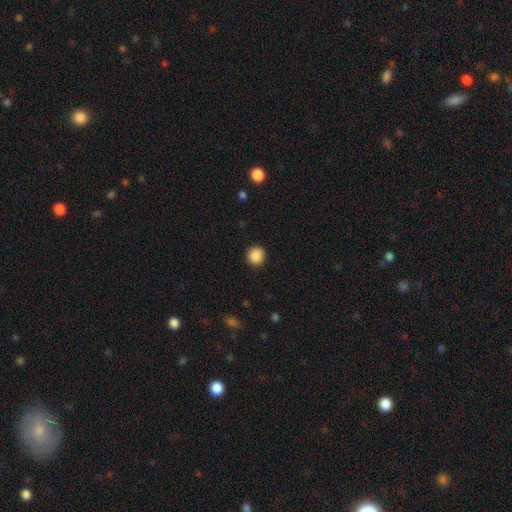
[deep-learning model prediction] Smooth or featured? smooth (88%)
How rounded? round (90%)
Merging? none (91%)